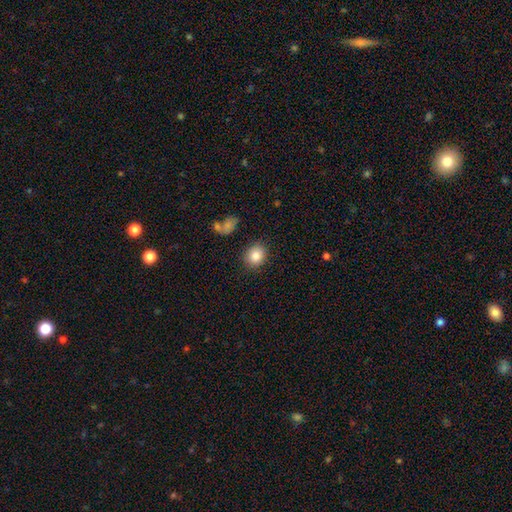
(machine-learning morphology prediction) Q: Smooth or featured?
A: smooth (84%); runner-up: star or artifact (9%)
Q: How rounded?
A: round (62%); runner-up: in between (37%)
Q: Merging?
A: none (84%); runner-up: minor disturbance (10%)